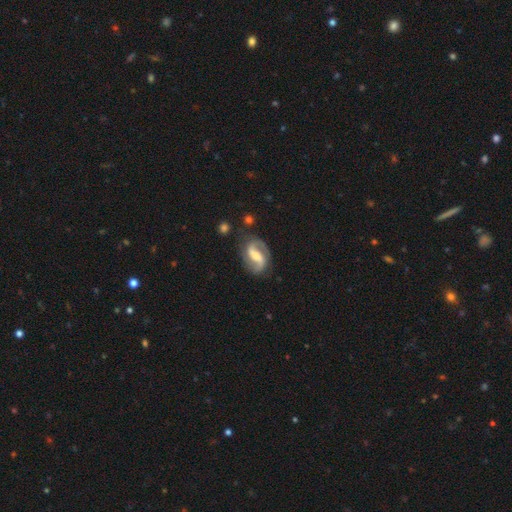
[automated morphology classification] Q: Smooth or featured?
A: featured or disk (86%); runner-up: smooth (9%)
Q: Edge-on disk?
A: no (97%); runner-up: yes (3%)
Q: Bar?
A: strong (43%); runner-up: weak (39%)
Q: Spiral arms?
A: yes (96%); runner-up: no (4%)
Q: Spiral winding?
A: medium (46%); runner-up: loose (37%)
Q: Spiral arm count?
A: 2 (92%); runner-up: 1 (3%)
Q: Bulge size?
A: moderate (51%); runner-up: small (33%)
Q: Merging?
A: none (79%); runner-up: minor disturbance (14%)